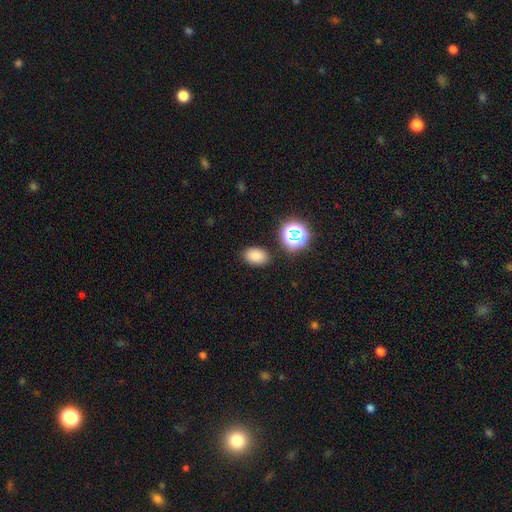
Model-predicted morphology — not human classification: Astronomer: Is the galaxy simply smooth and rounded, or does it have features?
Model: smooth — 80%.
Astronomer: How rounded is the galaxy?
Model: in between — 82%.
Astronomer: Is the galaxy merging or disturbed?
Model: none — 85%.